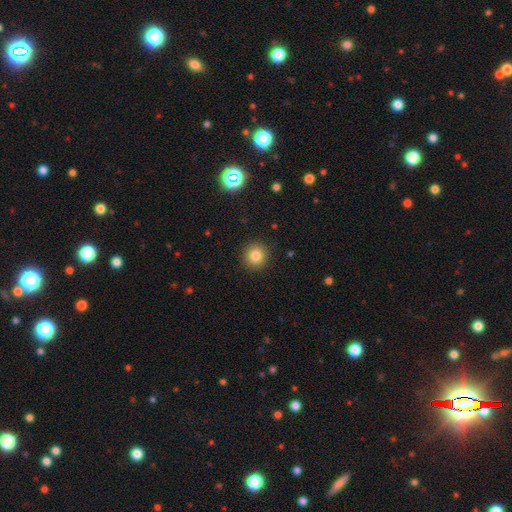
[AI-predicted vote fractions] Overall: smooth (82%). How rounded: round (93%). Merging: none (91%).